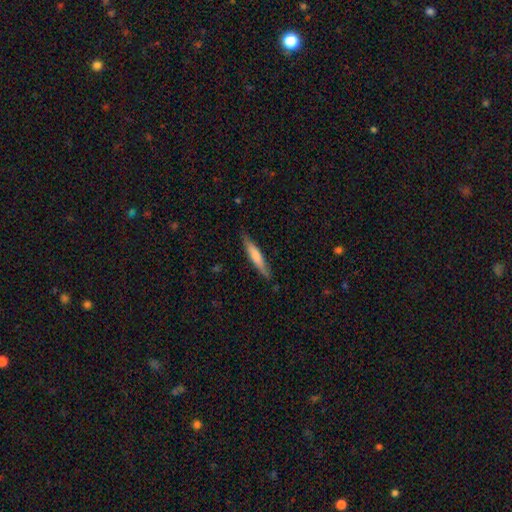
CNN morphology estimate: This appears to be a smooth galaxy with no disk features (64%) that is cigar-shaped (89%). Merging: none (84%).